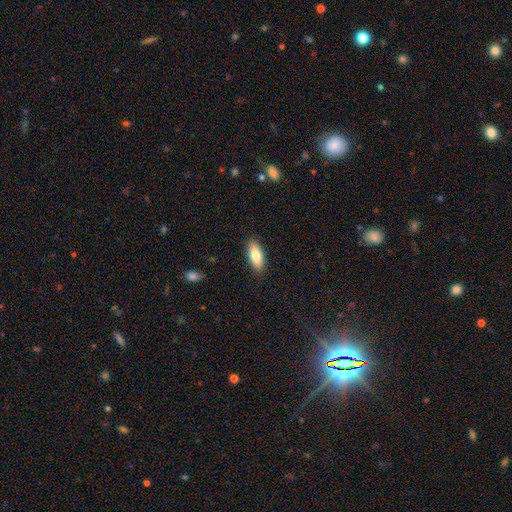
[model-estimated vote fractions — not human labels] smooth_or_featured: smooth (p=0.80) [alt: featured or disk p=0.13]
how_rounded: in between (p=0.85) [alt: cigar-shaped p=0.13]
merging: none (p=0.88) [alt: minor disturbance p=0.09]